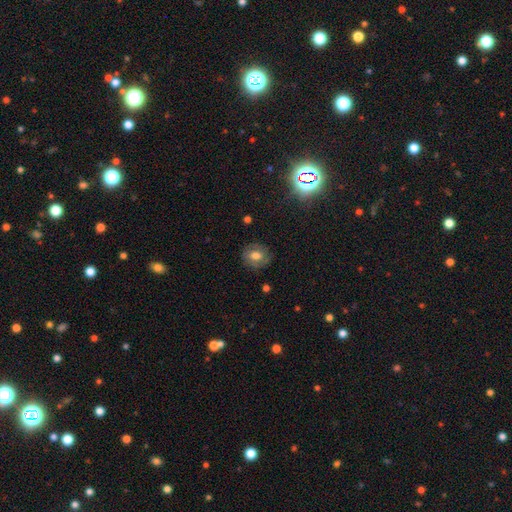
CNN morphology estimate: Smooth or featured: smooth — 56% (featured or disk — 32%)
How rounded: round — 69% (in between — 30%)
Merging: none — 80% (minor disturbance — 14%)